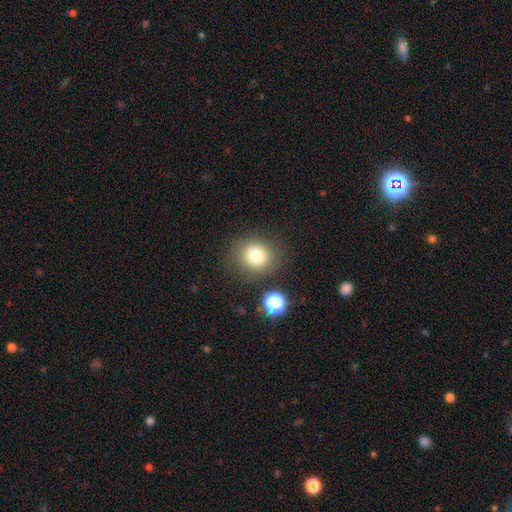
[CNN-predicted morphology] type=smooth (78%); roundness=round (80%); merging=none (80%).